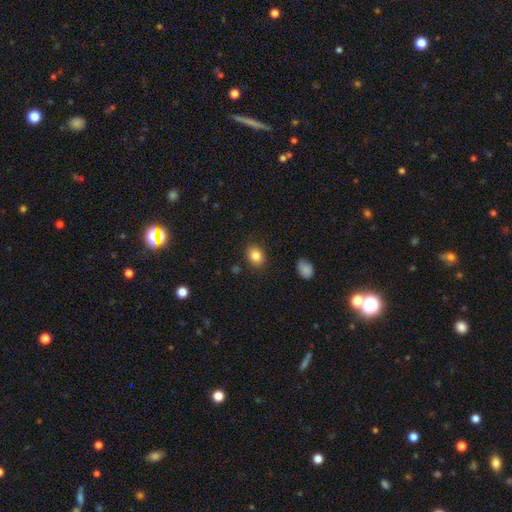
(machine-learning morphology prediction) A smooth galaxy with no disk features (84%) that is in between round and cigar-shaped (55%). Merging: none (84%).